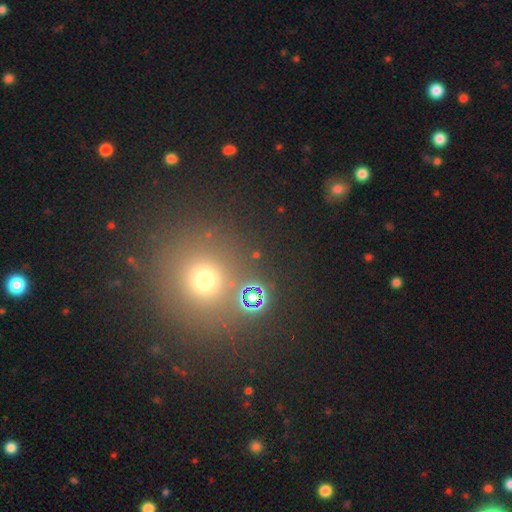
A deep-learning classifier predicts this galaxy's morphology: Smooth or featured?
  - smooth: 48% *
  - star or artifact: 44%
  - featured or disk: 8%
Merging?
  - none: 83% *
  - minor disturbance: 7%
  - merger: 6%
  - major disturbance: 4%